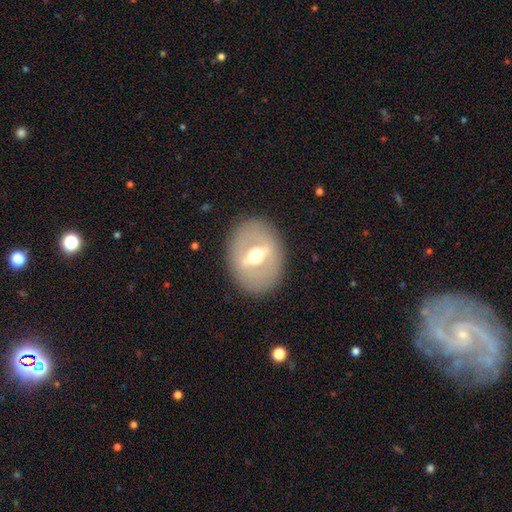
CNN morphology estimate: This appears to be a featured or disk galaxy (69%) with a strong bar (65%), no spiral arms (89%) and a moderate central bulge (70%). Merging: none (85%).